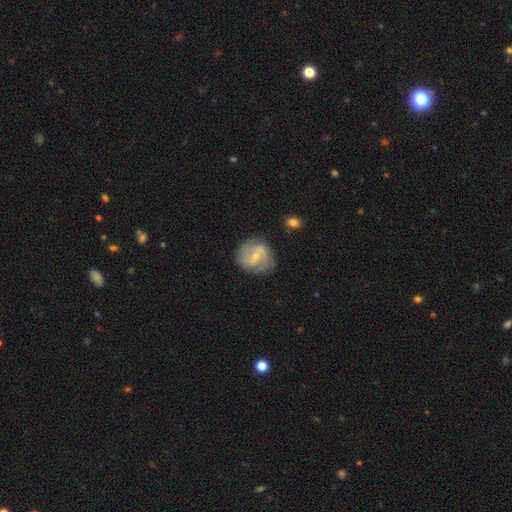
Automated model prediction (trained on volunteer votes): Overall: featured or disk (81%). Edge-on disk: no (98%). Bar: weak (50%; no 36%). Spiral arms: yes (94%). Spiral arm count: 2 (75%). Spiral winding: medium (50%; tight 32%). Bulge size: small (61%; moderate 35%). Merging: none (75%).